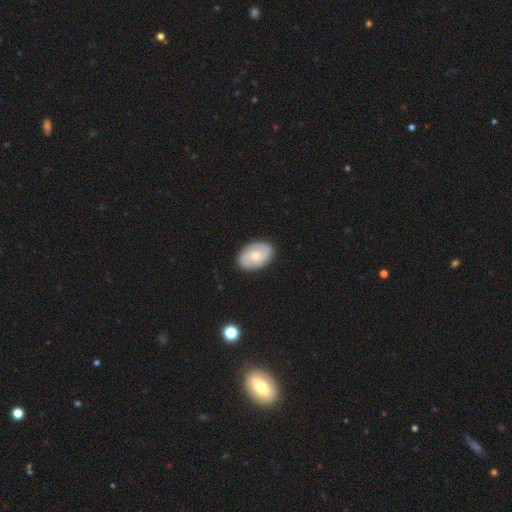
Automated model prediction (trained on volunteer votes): smooth-or-featured: featured or disk: 48% | smooth: 46% | star or artifact: 6%
  merging: none: 85% | minor disturbance: 12% | major disturbance: 3% | merger: 1%